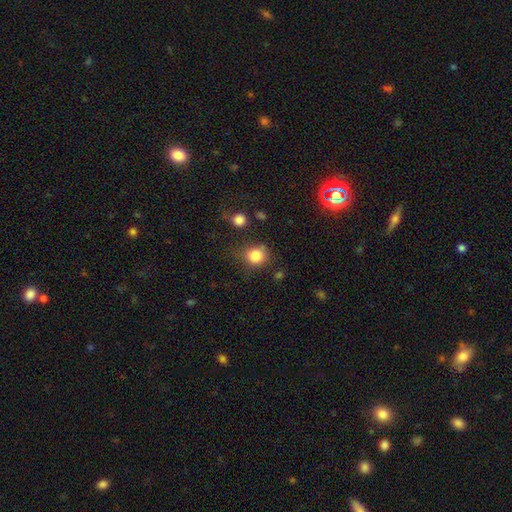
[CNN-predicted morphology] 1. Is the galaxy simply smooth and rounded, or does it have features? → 84% smooth, 11% star or artifact, 5% featured or disk.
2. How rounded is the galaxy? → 79% round, 20% in between, 1% cigar-shaped.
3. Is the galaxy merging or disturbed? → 68% none, 19% minor disturbance, 7% major disturbance, 6% merger.